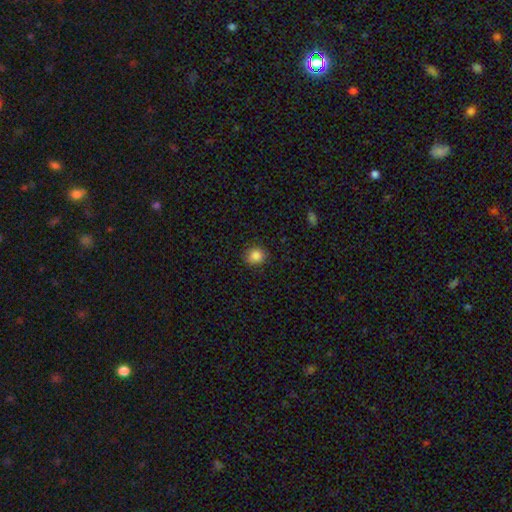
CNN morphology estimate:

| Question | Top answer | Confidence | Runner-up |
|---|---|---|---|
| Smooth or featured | smooth | 86% | star or artifact (10%) |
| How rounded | round | 81% | in between (18%) |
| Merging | none | 88% | minor disturbance (9%) |